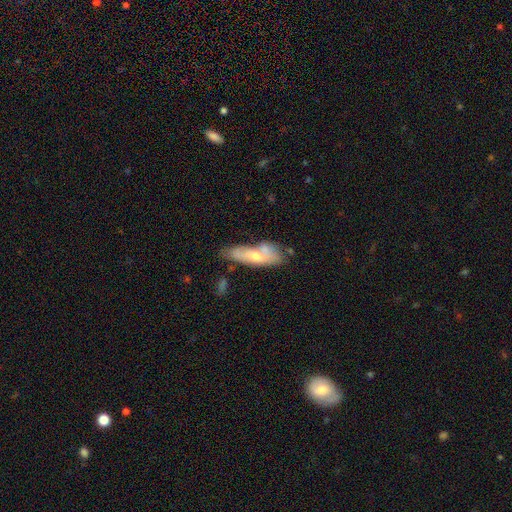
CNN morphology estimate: A featured or disk galaxy (47%). Merging: none (45%).